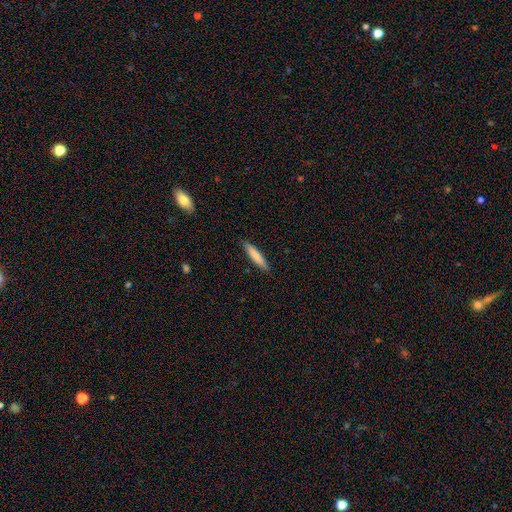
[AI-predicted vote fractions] smooth_or_featured: smooth (p=0.81) [alt: featured or disk p=0.14]
how_rounded: cigar-shaped (p=0.88) [alt: in between p=0.11]
merging: none (p=0.89) [alt: minor disturbance p=0.08]